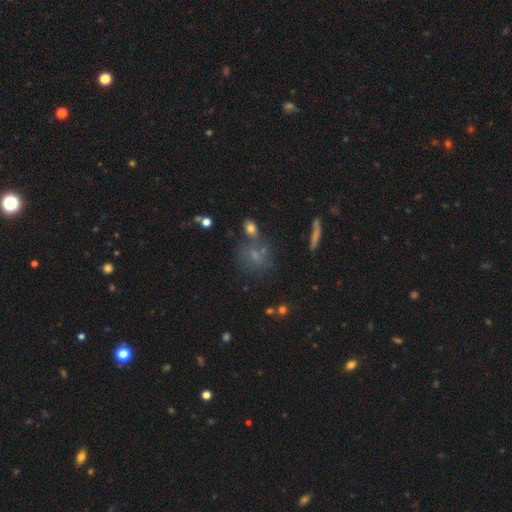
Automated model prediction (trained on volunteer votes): Smooth or featured? Predicted: smooth (p=0.59). How rounded? Predicted: round (p=0.57). Merging? Predicted: none (p=0.57).